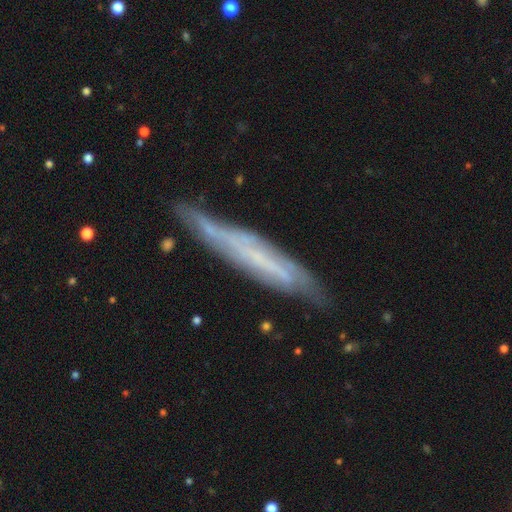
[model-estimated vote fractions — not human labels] This appears to be a featured or disk galaxy (66%) viewed edge-on (68%). Merging: none (71%).